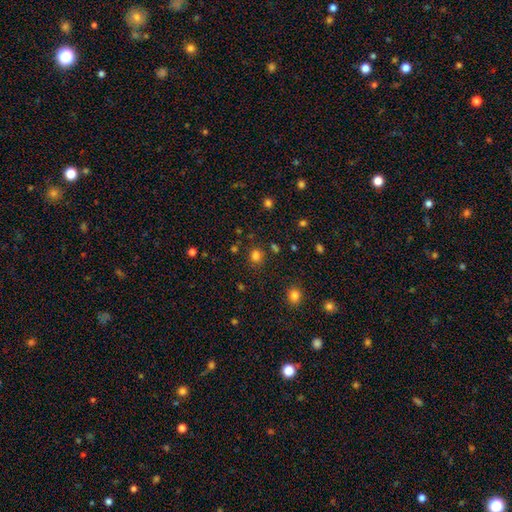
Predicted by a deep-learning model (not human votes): This appears to be a smooth galaxy with no disk features (77%) that is round (73%). Merging: none (79%).